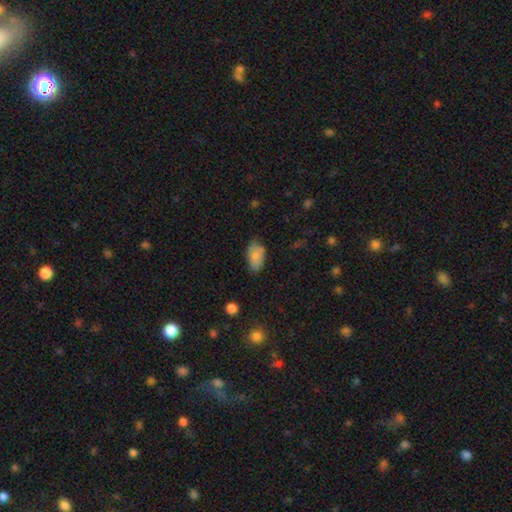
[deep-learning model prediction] A smooth galaxy with no disk features (81%) that is in between round and cigar-shaped (94%). Merging: none (64%).